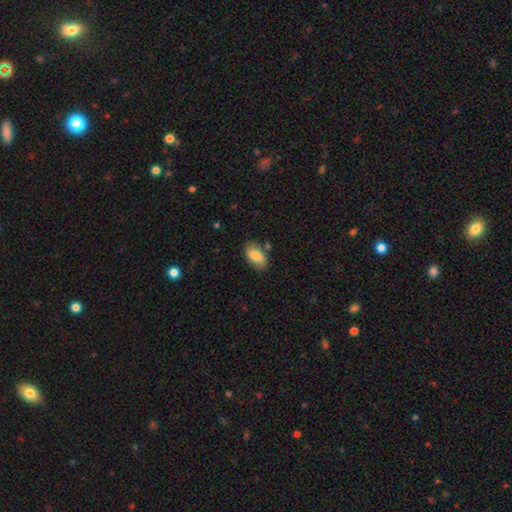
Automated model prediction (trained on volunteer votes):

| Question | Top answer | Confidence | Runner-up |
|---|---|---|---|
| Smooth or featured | smooth | 79% | featured or disk (14%) |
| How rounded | in between | 92% | round (6%) |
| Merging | none | 75% | minor disturbance (16%) |